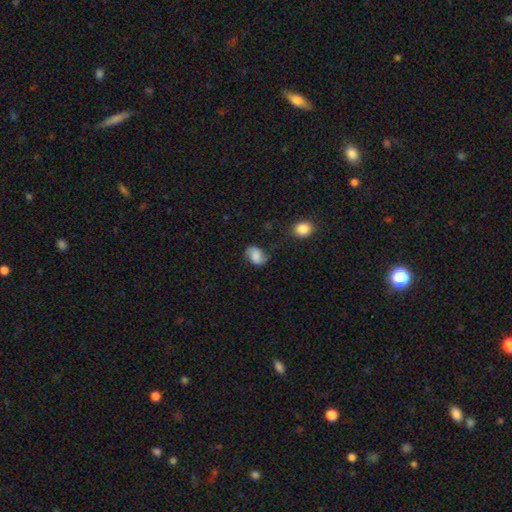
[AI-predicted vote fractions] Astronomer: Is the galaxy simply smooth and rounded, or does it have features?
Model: smooth — 59%.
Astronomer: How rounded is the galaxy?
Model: in between — 76%.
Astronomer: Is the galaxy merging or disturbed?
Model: none — 68%.